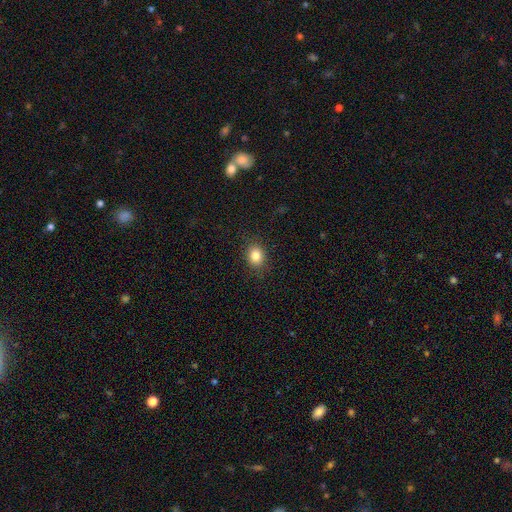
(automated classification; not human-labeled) The model was most divided on "how rounded": round: 56%, in between: 43%, cigar-shaped: 1%. More confident: merging — none (87%); smooth or featured — smooth (84%).